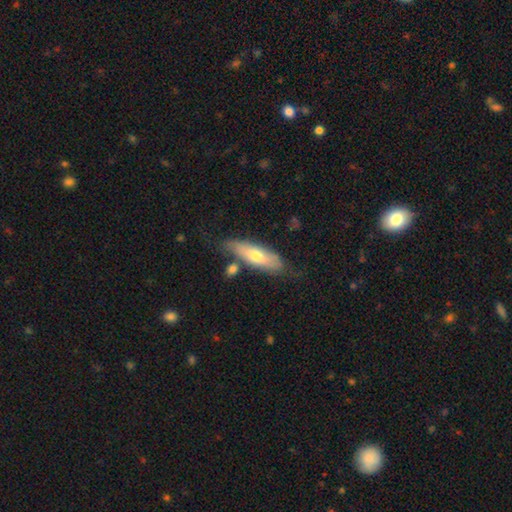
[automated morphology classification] Overall: smooth (58%; featured or disk 36%). How rounded: cigar-shaped (50%; in between 48%). Merging: none (65%).